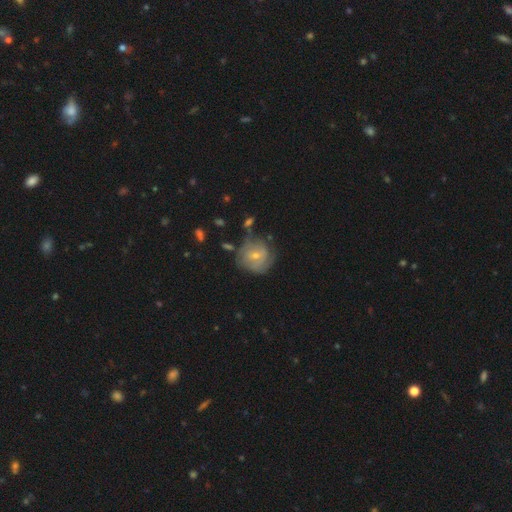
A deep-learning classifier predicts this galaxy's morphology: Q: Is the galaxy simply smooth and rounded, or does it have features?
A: featured or disk — 50%.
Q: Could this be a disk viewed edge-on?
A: no — 96%.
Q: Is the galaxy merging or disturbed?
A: none — 56%.